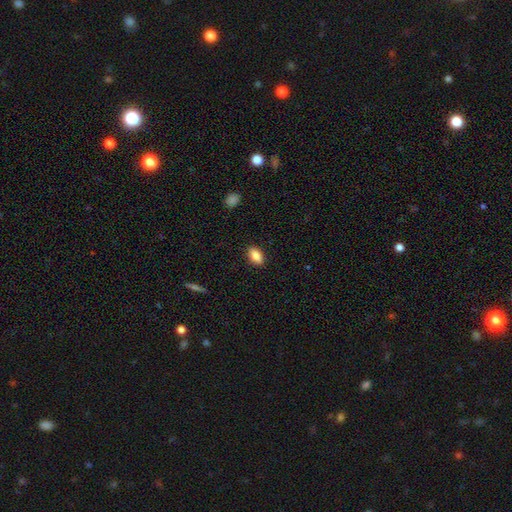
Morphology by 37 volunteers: smooth 84%, featured or disk 8%, star or artifact 8%. Down the decision tree: how rounded — in between (87%); merging — none (82%).